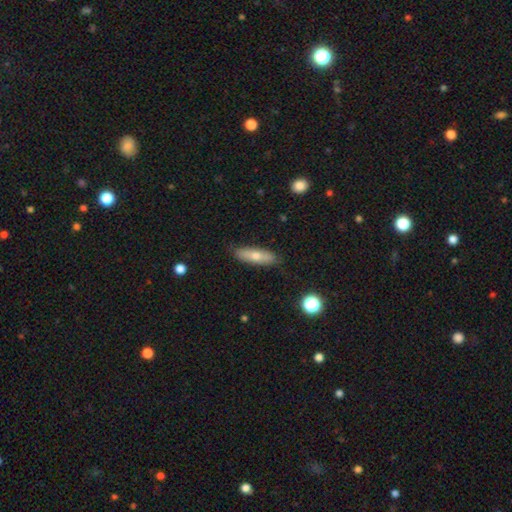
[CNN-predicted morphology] This appears to be a smooth galaxy with no disk features (63%) that is cigar-shaped (57%). Merging: none (86%).